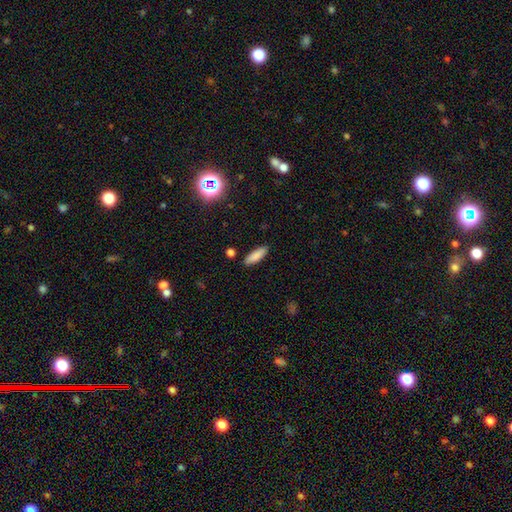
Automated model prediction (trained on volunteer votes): smooth_or_featured: smooth (p=0.85) [alt: star or artifact p=0.08]
how_rounded: in between (p=0.49) [tied with: cigar-shaped p=0.49]
merging: none (p=0.88) [alt: minor disturbance p=0.08]